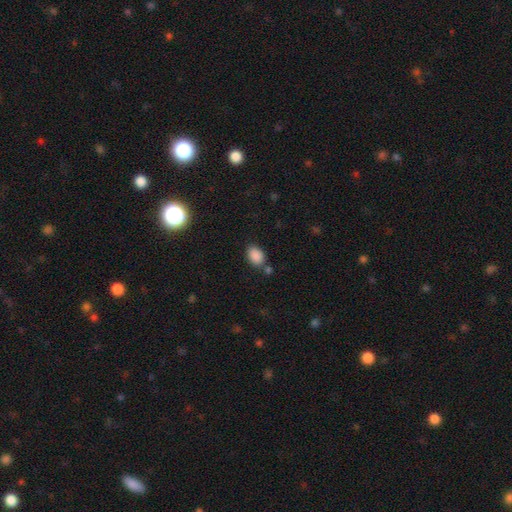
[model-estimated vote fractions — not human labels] Smooth or featured? smooth (88%)
How rounded? in between (80%)
Merging? none (72%)